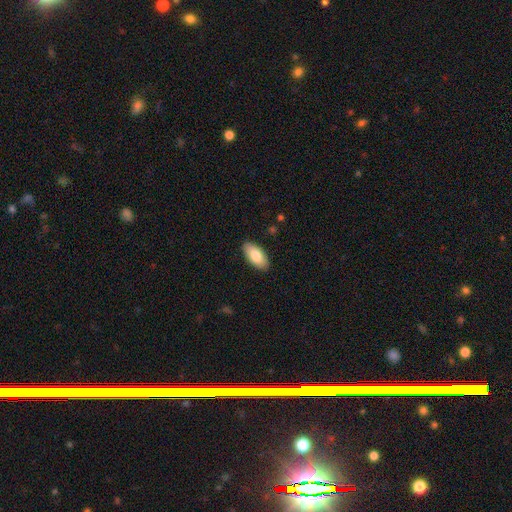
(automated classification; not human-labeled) This is clearly a smooth galaxy (83%). How rounded: clearly in between (93%). Merging: clearly none (89%).